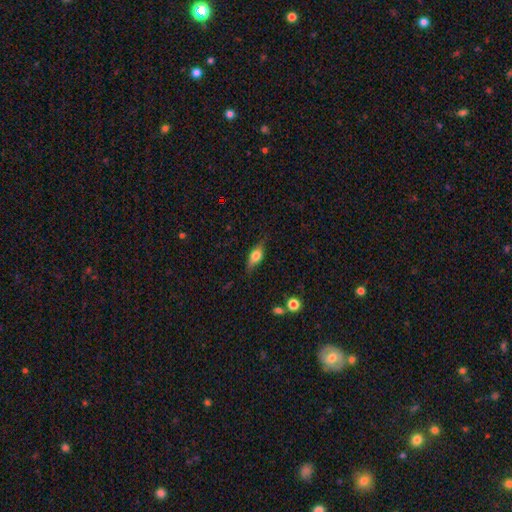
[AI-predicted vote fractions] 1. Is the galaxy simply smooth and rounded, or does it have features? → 52% smooth, 40% featured or disk, 8% star or artifact.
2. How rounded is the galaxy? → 66% in between, 27% cigar-shaped, 7% round.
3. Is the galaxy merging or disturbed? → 76% none, 18% minor disturbance, 4% major disturbance, 1% merger.